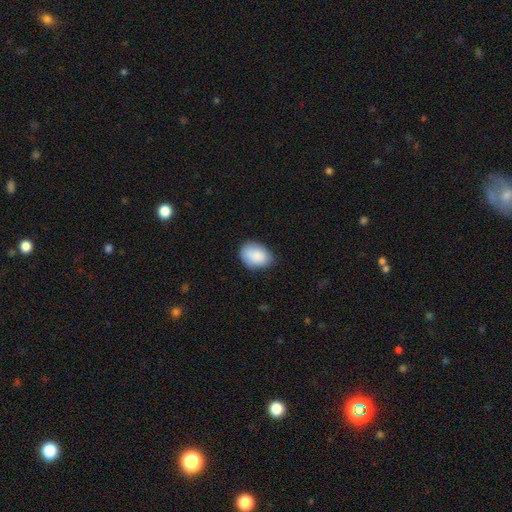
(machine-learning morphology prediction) A smooth galaxy with no disk features (89%) that is in between round and cigar-shaped (80%).

Vote fractions:
- Smooth or featured? smooth: 89% / star or artifact: 6% / featured or disk: 5%
- How rounded? in between: 80% / round: 19% / cigar-shaped: 1%
- Merging? none: 75% / minor disturbance: 20% / major disturbance: 3% / merger: 1%